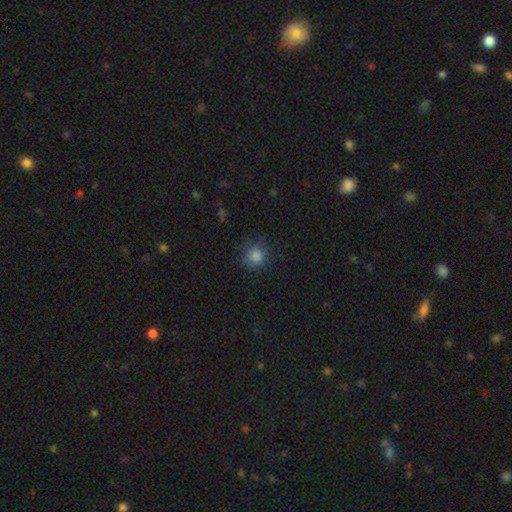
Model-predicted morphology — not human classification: A smooth galaxy with no disk features (83%) that is round (90%). Merging: none (82%).